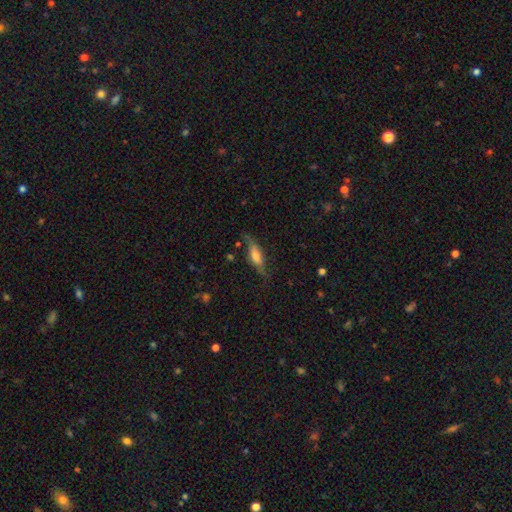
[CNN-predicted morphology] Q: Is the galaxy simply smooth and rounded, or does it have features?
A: smooth — 52%.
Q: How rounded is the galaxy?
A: cigar-shaped — 54%.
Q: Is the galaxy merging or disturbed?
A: none — 67%.